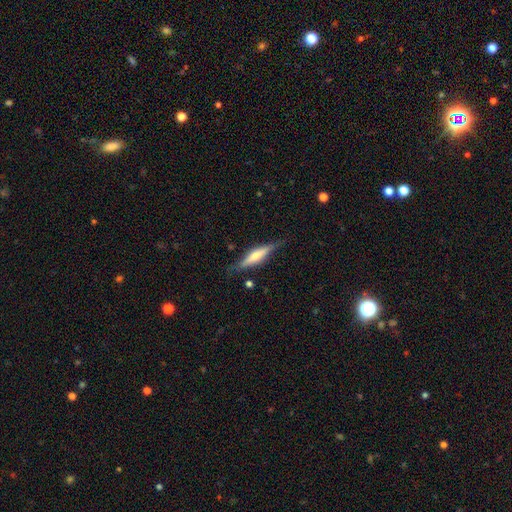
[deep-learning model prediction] The model was most divided on "smooth or featured": featured or disk: 59%, smooth: 35%, star or artifact: 6%. More confident: edge-on disk — yes (95%); merging — none (80%); edge-on bulge — rounded (70%).